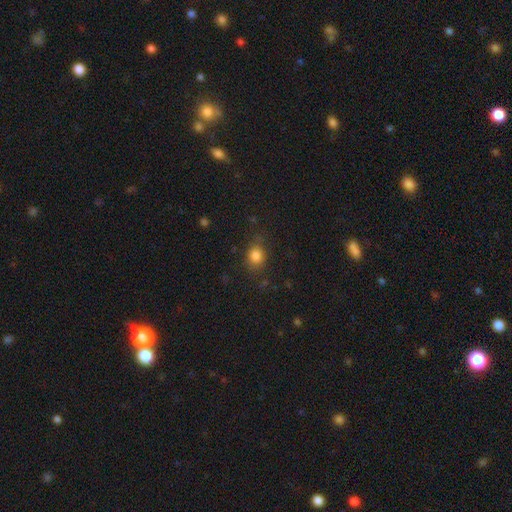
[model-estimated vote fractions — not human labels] This appears to be a smooth galaxy with no disk features (83%) that is round (53%). Merging: none (77%).